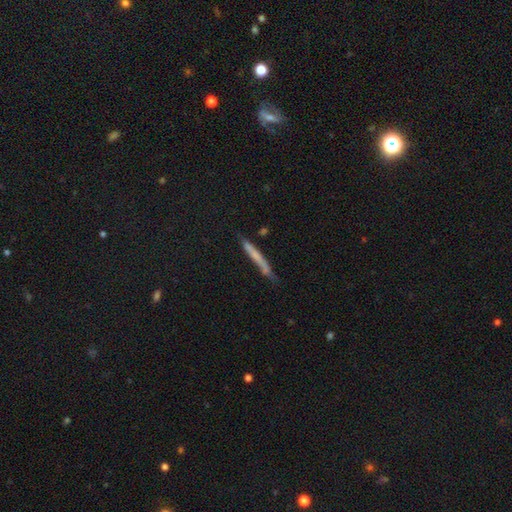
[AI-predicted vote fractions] The model was most divided on "smooth or featured": smooth: 58%, featured or disk: 34%, star or artifact: 8%. More confident: how rounded — cigar-shaped (96%); merging — none (68%).